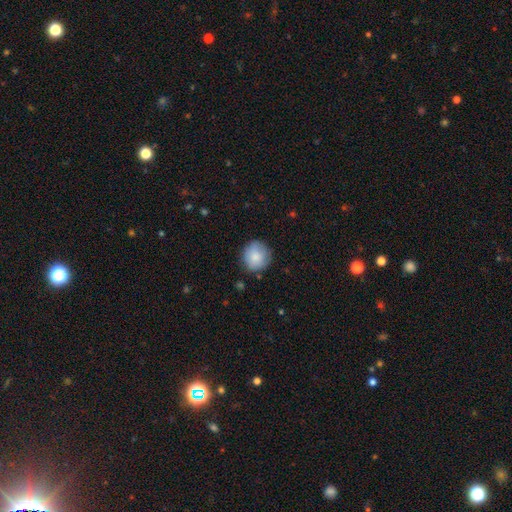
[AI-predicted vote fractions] A smooth galaxy with no disk features (85%) that is round (92%).

Vote fractions:
- Smooth or featured? smooth: 85% / featured or disk: 8% / star or artifact: 7%
- How rounded? round: 92% / in between: 7% / cigar-shaped: 1%
- Merging? none: 84% / minor disturbance: 12% / major disturbance: 3% / merger: 1%